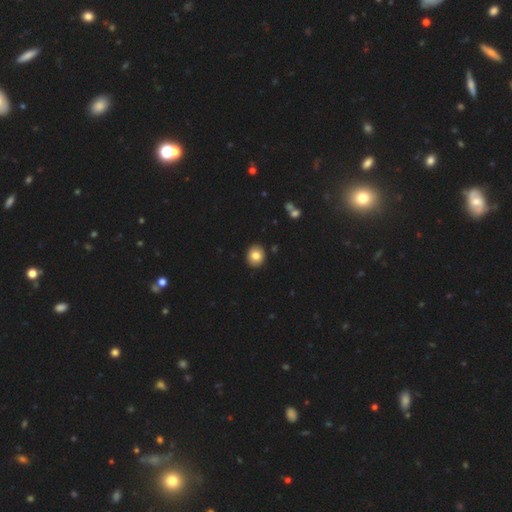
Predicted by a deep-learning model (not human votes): A smooth galaxy with no disk features (82%) that is round (75%). Merging: none (91%).